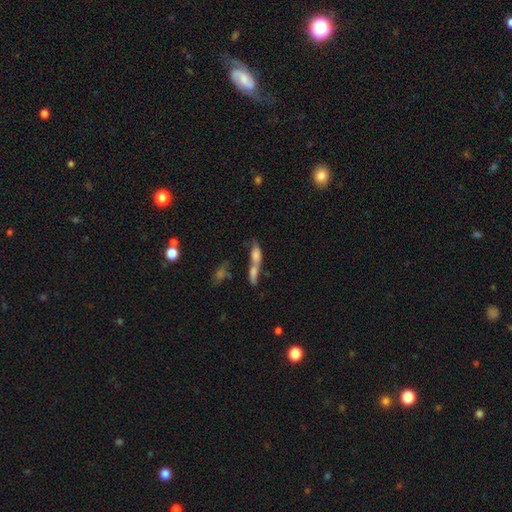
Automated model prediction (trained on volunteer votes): Q: Smooth or featured?
A: smooth (52%); runner-up: featured or disk (32%)
Q: How rounded?
A: in between (48%); runner-up: cigar-shaped (46%)
Q: Merging?
A: merger (57%); runner-up: none (24%)